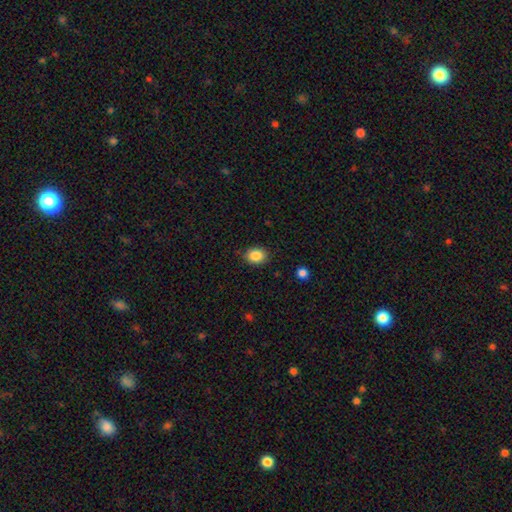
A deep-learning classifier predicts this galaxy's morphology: Q: Smooth or featured?
A: smooth (87%); runner-up: star or artifact (9%)
Q: How rounded?
A: in between (51%); runner-up: round (49%)
Q: Merging?
A: none (85%); runner-up: minor disturbance (11%)